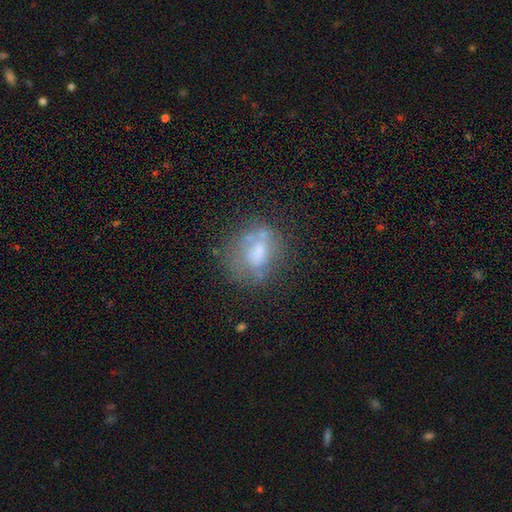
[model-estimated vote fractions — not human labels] Smooth or featured? Predicted: smooth (p=0.48). Merging? Predicted: none (p=0.50).